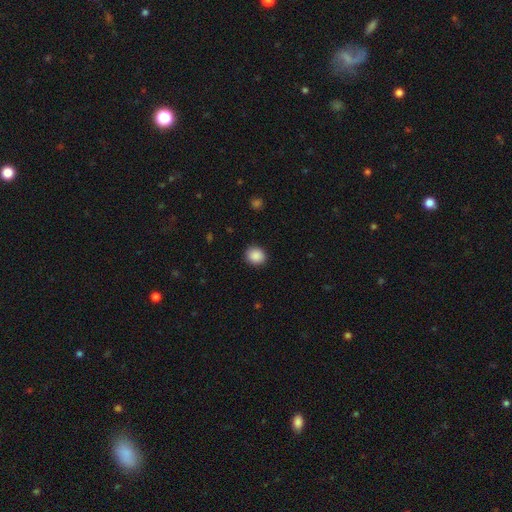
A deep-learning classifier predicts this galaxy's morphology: The model was most divided on "how rounded": round: 77%, in between: 22%, cigar-shaped: 1%. More confident: merging — none (90%); smooth or featured — smooth (89%).